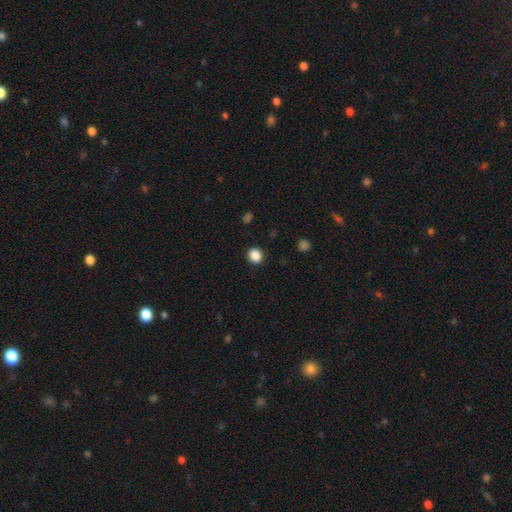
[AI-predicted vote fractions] smooth_or_featured: smooth (p=0.87) [alt: star or artifact p=0.10]
how_rounded: round (p=0.72) [alt: in between p=0.27]
merging: none (p=0.90) [alt: minor disturbance p=0.07]